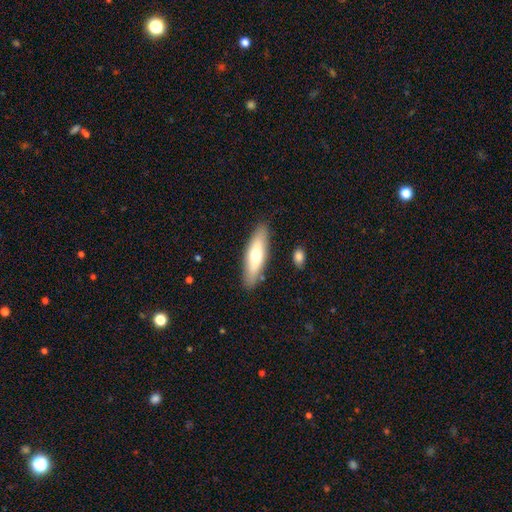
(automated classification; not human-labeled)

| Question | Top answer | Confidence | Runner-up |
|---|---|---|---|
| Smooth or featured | smooth | 62% | featured or disk (33%) |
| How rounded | cigar-shaped | 56% | in between (43%) |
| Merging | none | 85% | minor disturbance (10%) |